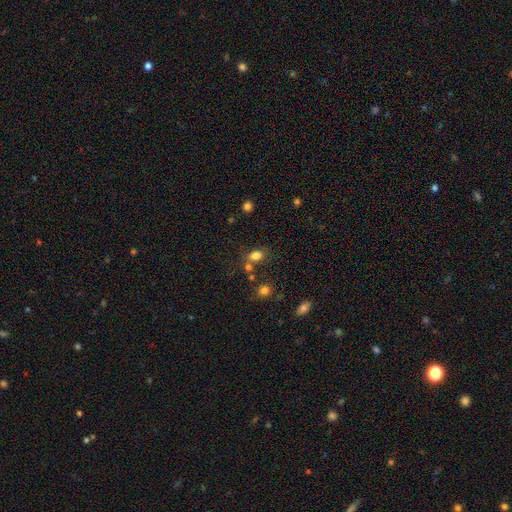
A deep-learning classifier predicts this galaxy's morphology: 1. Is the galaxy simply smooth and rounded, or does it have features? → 80% smooth, 13% star or artifact, 8% featured or disk.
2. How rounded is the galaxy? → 74% in between, 23% round, 2% cigar-shaped.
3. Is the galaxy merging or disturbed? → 60% none, 19% merger, 15% minor disturbance, 6% major disturbance.